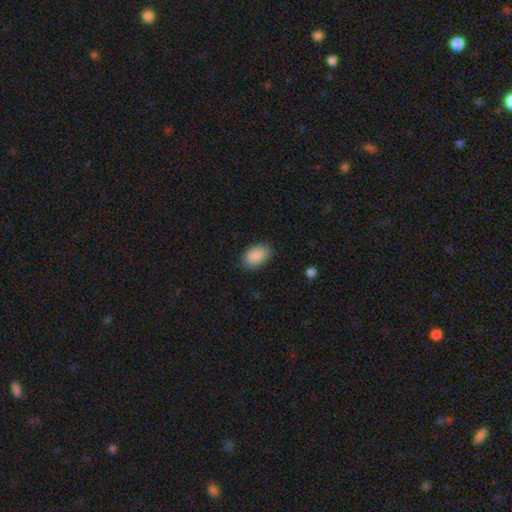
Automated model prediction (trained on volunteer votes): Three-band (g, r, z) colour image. It shows a smooth galaxy with no disk features (90%) that is in between round and cigar-shaped (90%). Merging: none (83%).